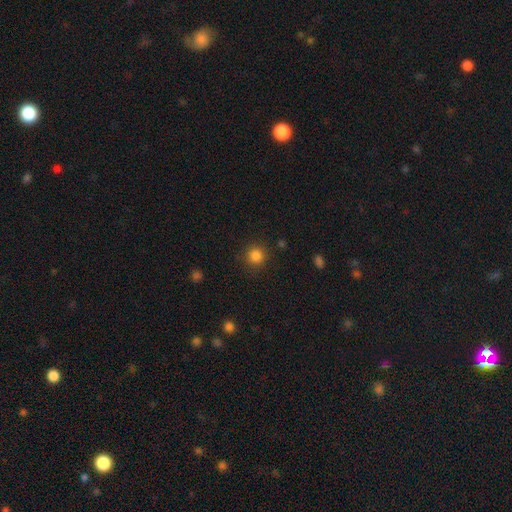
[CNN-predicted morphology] Smooth or featured? Predicted: smooth (p=0.85). How rounded? Predicted: round (p=0.93). Merging? Predicted: none (p=0.88).